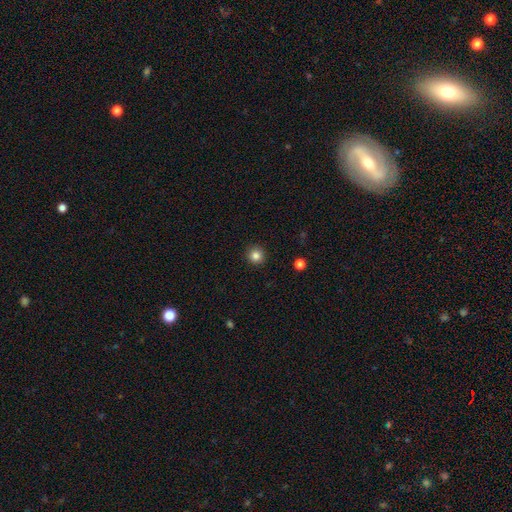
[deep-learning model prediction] A smooth galaxy with no disk features (84%) that is round (95%).

Vote fractions:
- Smooth or featured? smooth: 84% / star or artifact: 11% / featured or disk: 5%
- How rounded? round: 95% / in between: 4% / cigar-shaped: 1%
- Merging? none: 93% / minor disturbance: 5% / major disturbance: 2% / merger: 1%